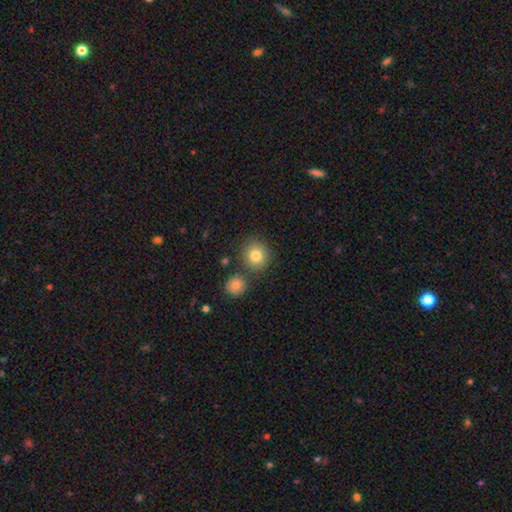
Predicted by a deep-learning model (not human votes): smooth 82%, star or artifact 10%, featured or disk 8%. Down the decision tree: how rounded — round (88%); merging — none (77%).